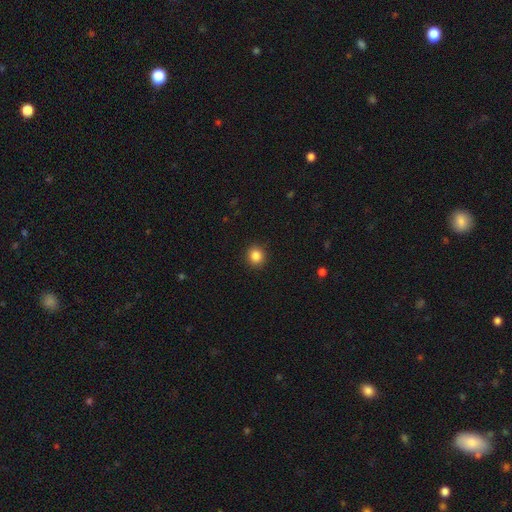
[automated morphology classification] type=smooth (86%); roundness=round (85%); merging=none (91%).